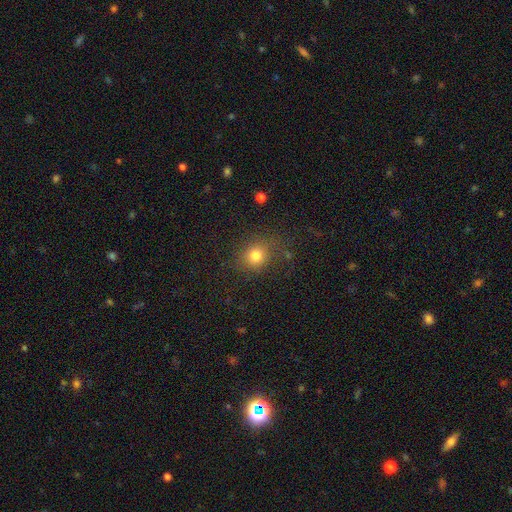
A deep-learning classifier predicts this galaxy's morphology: Smooth or featured? Predicted: smooth (p=0.78). How rounded? Predicted: round (p=0.78). Merging? Predicted: none (p=0.79).